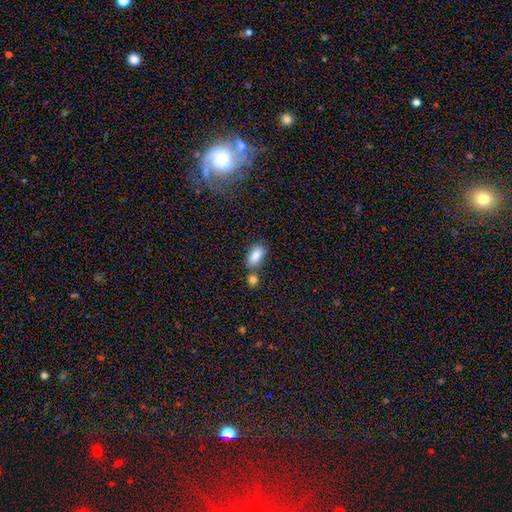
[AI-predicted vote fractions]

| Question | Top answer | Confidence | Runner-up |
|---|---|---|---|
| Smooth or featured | smooth | 85% | star or artifact (8%) |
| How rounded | in between | 90% | round (7%) |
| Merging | none | 58% | merger (24%) |